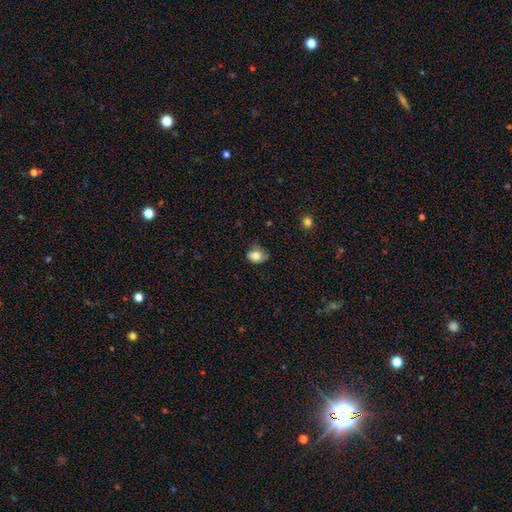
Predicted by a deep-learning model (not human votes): smooth-or-featured: smooth: 78% | featured or disk: 13% | star or artifact: 10%
  how-rounded: in between: 56% | round: 43% | cigar-shaped: 1%
  merging: none: 53% | minor disturbance: 34% | major disturbance: 11% | merger: 2%